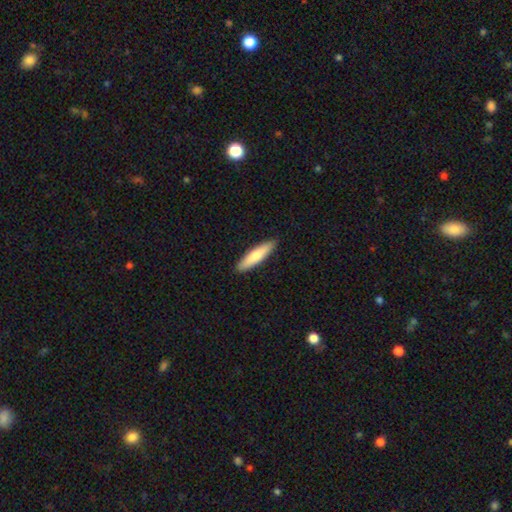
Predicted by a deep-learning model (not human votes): smooth_or_featured: smooth (p=0.76) [alt: featured or disk p=0.19]
how_rounded: cigar-shaped (p=0.78) [alt: in between p=0.20]
merging: none (p=0.91) [alt: minor disturbance p=0.07]